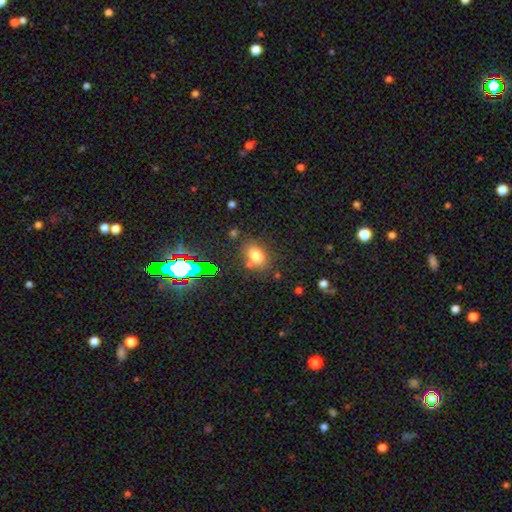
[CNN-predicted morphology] smooth 75%, star or artifact 16%, featured or disk 9%. Down the decision tree: how rounded — in between (78%); merging — none (74%).